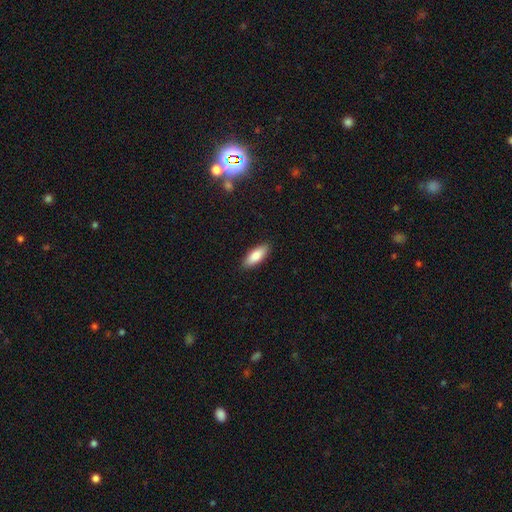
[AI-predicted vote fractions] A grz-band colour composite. It shows a smooth galaxy with no disk features (84%) that is in between round and cigar-shaped (74%). Merging: none (89%).